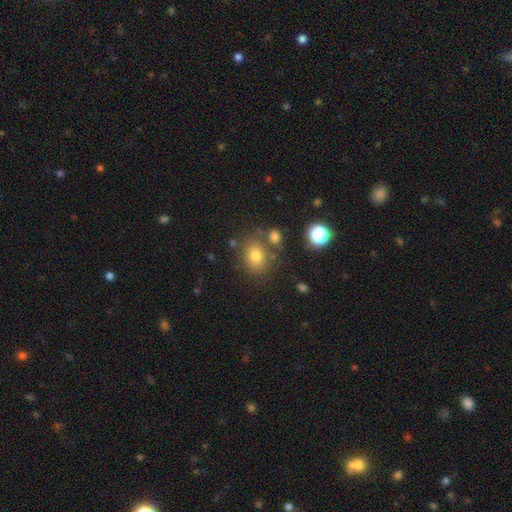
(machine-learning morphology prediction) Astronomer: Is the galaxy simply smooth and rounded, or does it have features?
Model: smooth — 74%.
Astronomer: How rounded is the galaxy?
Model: in between — 50% (runner-up: round, 49%).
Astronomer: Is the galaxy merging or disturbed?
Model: none — 71%.